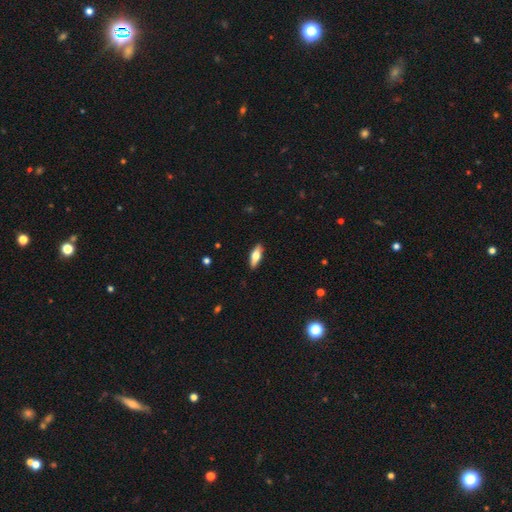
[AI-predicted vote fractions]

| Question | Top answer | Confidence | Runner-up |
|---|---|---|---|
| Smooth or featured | smooth | 61% | featured or disk (33%) |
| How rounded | in between | 60% | cigar-shaped (38%) |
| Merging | none | 88% | minor disturbance (9%) |